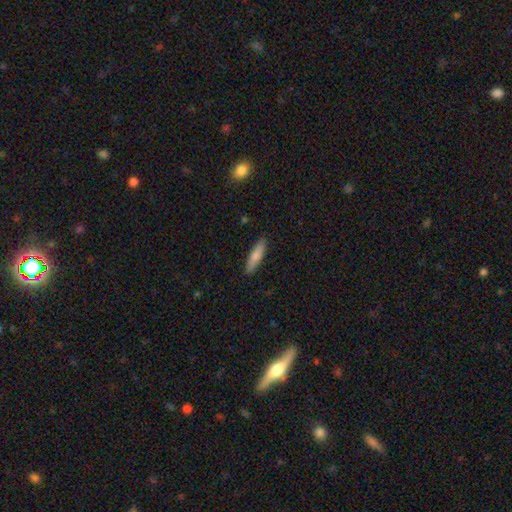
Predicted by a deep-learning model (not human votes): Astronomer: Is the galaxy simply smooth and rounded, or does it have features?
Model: smooth — 80%.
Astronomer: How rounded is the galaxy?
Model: cigar-shaped — 72%.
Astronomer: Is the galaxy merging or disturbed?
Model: none — 90%.